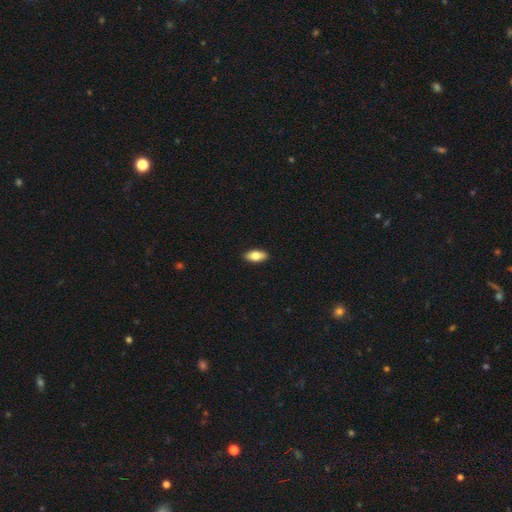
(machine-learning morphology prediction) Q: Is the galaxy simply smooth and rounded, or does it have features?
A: smooth — 80%.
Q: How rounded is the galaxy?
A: in between — 89%.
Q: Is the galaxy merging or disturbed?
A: none — 91%.